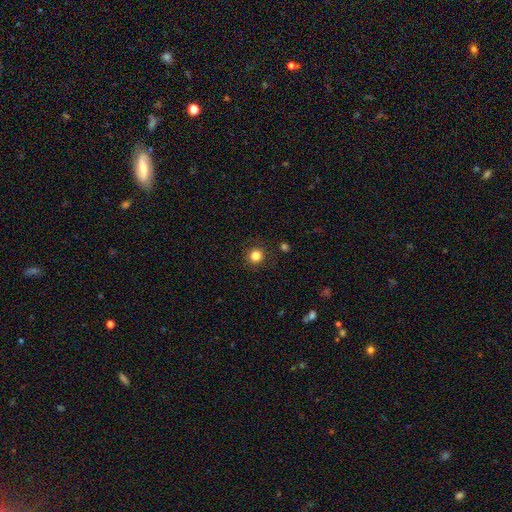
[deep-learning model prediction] Morphology: type=smooth (83%); roundness=round (94%); merging=none (91%).